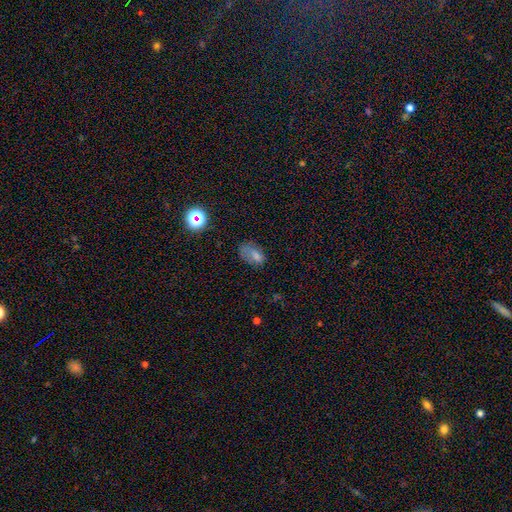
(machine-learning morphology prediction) smooth 59%, star or artifact 23%, featured or disk 17%. Down the decision tree: how rounded — in between (83%); merging — none (48%).